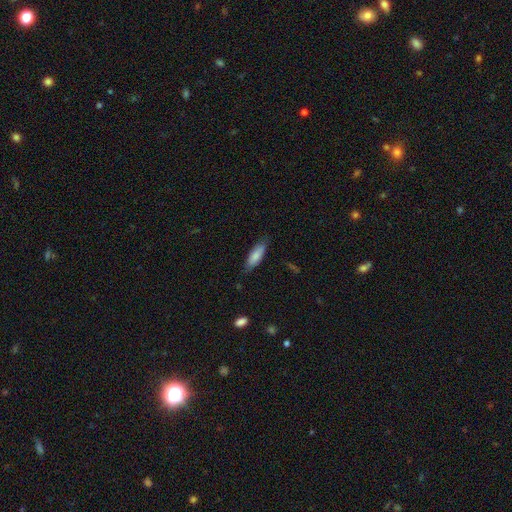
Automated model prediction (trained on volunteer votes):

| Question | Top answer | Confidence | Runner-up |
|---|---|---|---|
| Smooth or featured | smooth | 82% | featured or disk (12%) |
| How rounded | in between | 57% | cigar-shaped (42%) |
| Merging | none | 78% | minor disturbance (17%) |